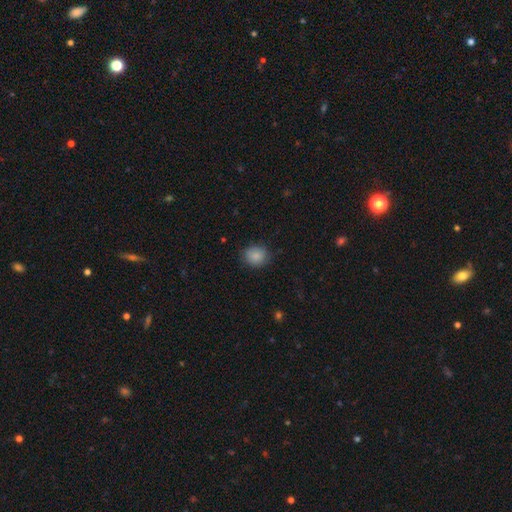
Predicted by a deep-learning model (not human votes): smooth 87%, star or artifact 8%, featured or disk 4%. Down the decision tree: how rounded — round (69%); merging — none (82%).